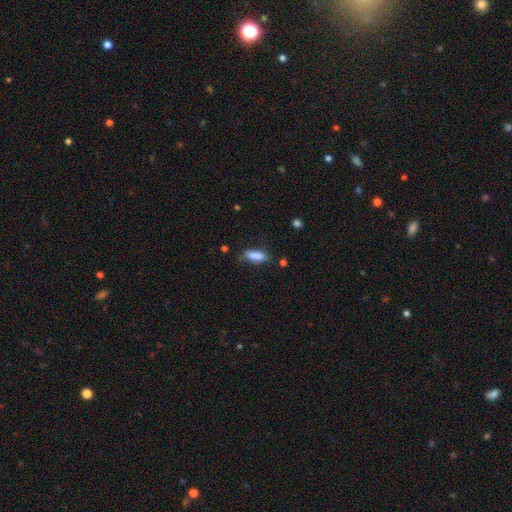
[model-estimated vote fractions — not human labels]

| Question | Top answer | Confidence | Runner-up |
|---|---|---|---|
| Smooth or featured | smooth | 86% | star or artifact (7%) |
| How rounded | in between | 64% | cigar-shaped (34%) |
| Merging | none | 70% | minor disturbance (22%) |